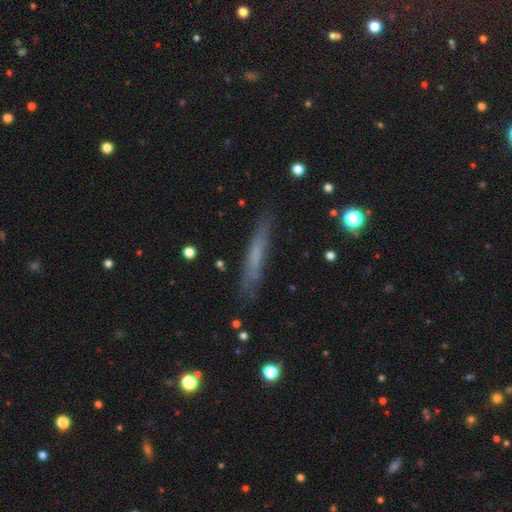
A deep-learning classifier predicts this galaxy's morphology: Smooth or featured? Predicted: smooth (p=0.52). How rounded? Predicted: cigar-shaped (p=0.93). Merging? Predicted: none (p=0.81).